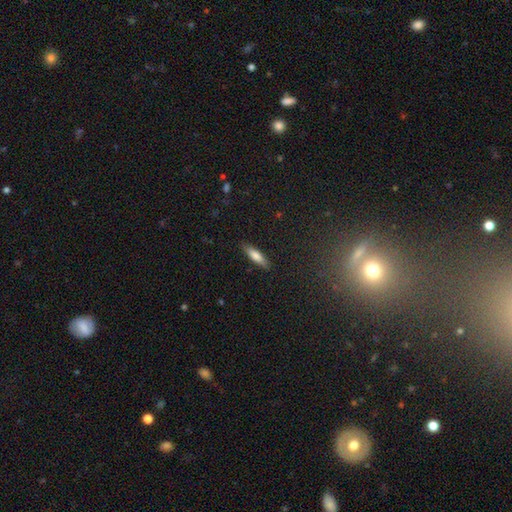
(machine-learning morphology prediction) The model was most divided on "how rounded": cigar-shaped: 68%, in between: 31%, round: 2%. More confident: merging — none (88%); smooth or featured — smooth (76%).